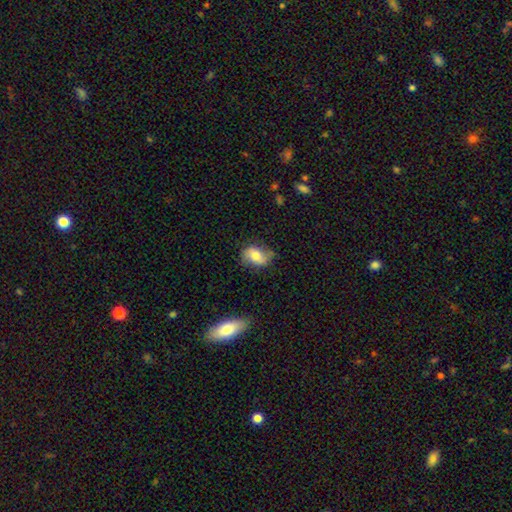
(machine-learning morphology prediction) This appears to be a smooth galaxy with no disk features (60%) that is in between round and cigar-shaped (78%). Merging: none (66%).